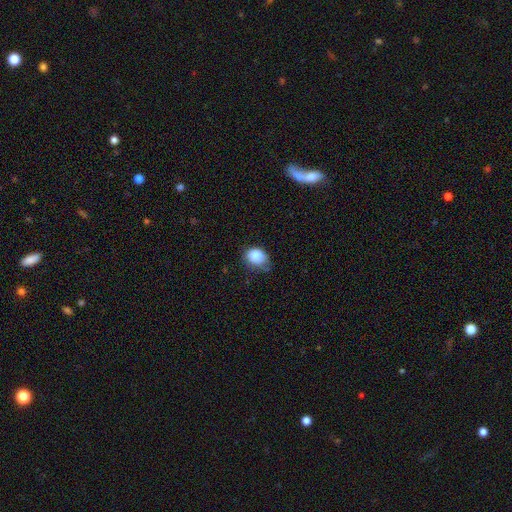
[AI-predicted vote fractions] Q: Smooth or featured?
A: smooth (84%); runner-up: star or artifact (8%)
Q: How rounded?
A: in between (64%); runner-up: round (35%)
Q: Merging?
A: none (45%); runner-up: minor disturbance (41%)